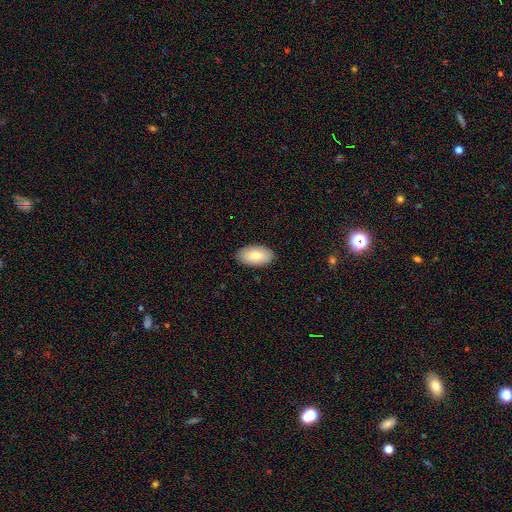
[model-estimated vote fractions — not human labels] smooth_or_featured: smooth (p=0.80) [alt: featured or disk p=0.14]
how_rounded: in between (p=0.95) [alt: round p=0.03]
merging: none (p=0.89) [alt: minor disturbance p=0.09]